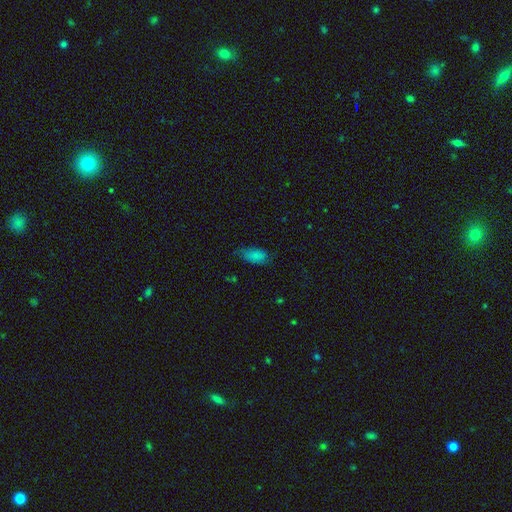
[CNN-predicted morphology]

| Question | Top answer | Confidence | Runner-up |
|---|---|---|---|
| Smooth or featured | smooth | 83% | star or artifact (10%) |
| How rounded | in between | 92% | cigar-shaped (5%) |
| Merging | none | 59% | minor disturbance (31%) |